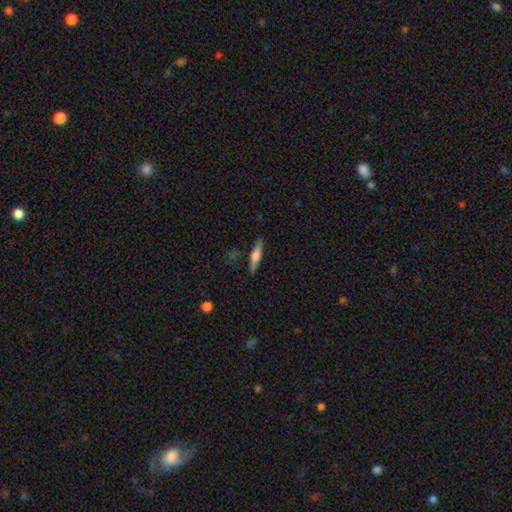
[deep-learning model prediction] smooth-or-featured: featured or disk: 49% | smooth: 44% | star or artifact: 6%
  merging: none: 87% | minor disturbance: 9% | major disturbance: 2% | merger: 2%